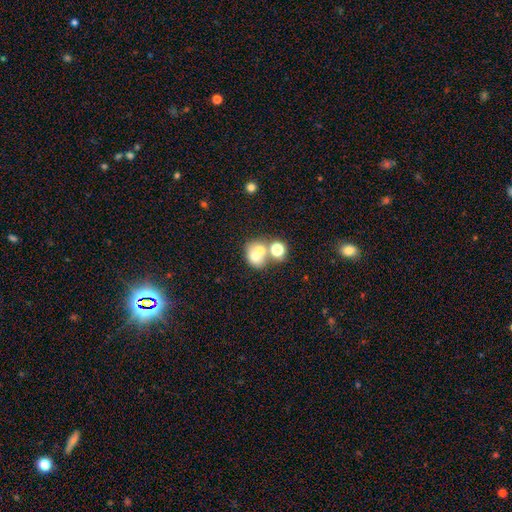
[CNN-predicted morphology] A smooth galaxy with no disk features (62%) that is round (65%).

Vote fractions:
- Smooth or featured? smooth: 62% / featured or disk: 24% / star or artifact: 14%
- How rounded? round: 65% / in between: 34% / cigar-shaped: 1%
- Merging? merger: 57% / none: 30% / minor disturbance: 8% / major disturbance: 5%